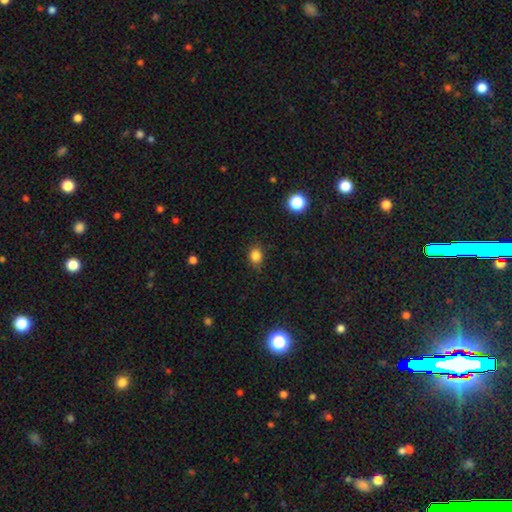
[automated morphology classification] This appears to be a smooth galaxy with no disk features (83%) that is round (58%). Merging: none (83%).